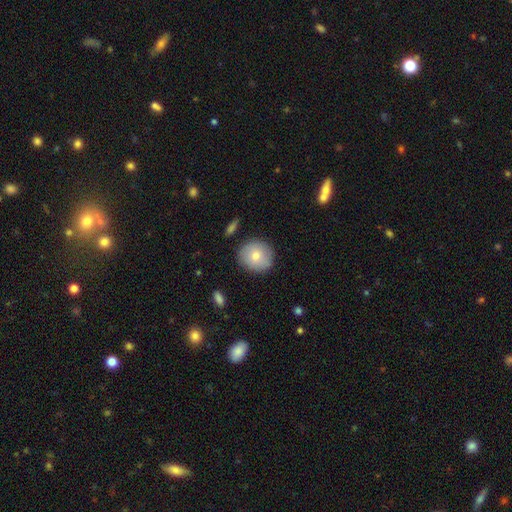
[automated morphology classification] The model was most divided on "smooth or featured": smooth: 72%, featured or disk: 19%, star or artifact: 8%. More confident: how rounded — round (89%); merging — none (85%).